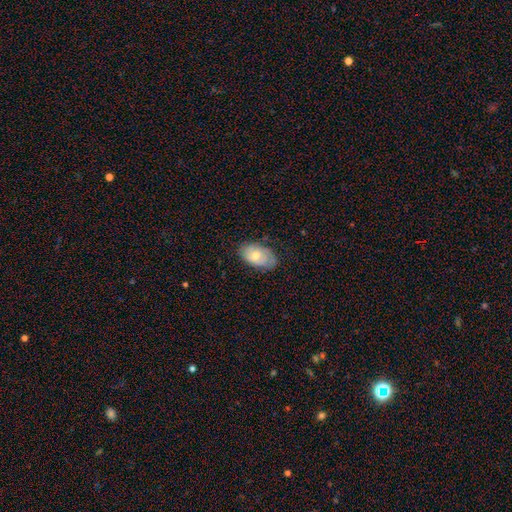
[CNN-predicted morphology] The model was most divided on "smooth or featured": smooth: 59%, featured or disk: 33%, star or artifact: 7%. More confident: how rounded — in between (92%); merging — none (75%).